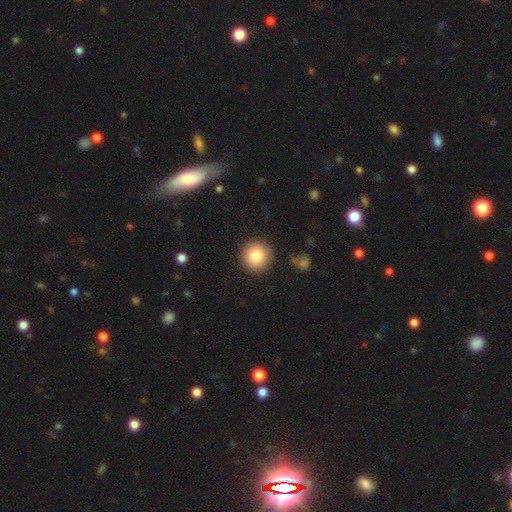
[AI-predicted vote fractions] Smooth or featured? Predicted: smooth (p=0.83). How rounded? Predicted: round (p=0.94). Merging? Predicted: none (p=0.89).